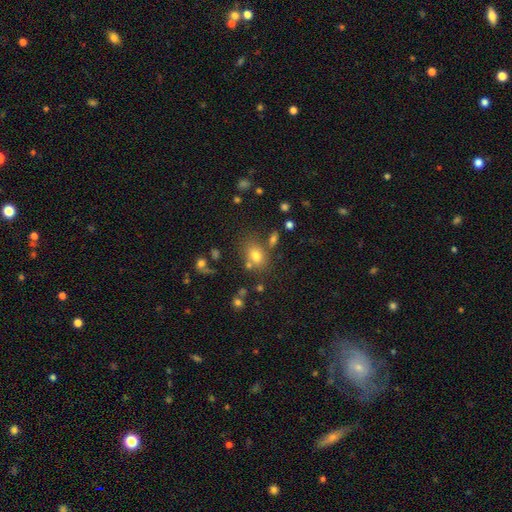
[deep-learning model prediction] Q: Smooth or featured?
A: smooth (74%); runner-up: star or artifact (14%)
Q: How rounded?
A: in between (69%); runner-up: round (29%)
Q: Merging?
A: none (64%); runner-up: merger (15%)